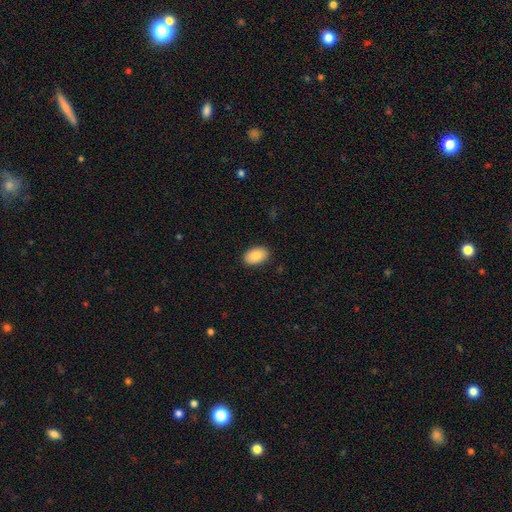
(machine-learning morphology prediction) Overall: smooth (87%). How rounded: in between (92%). Merging: none (89%).